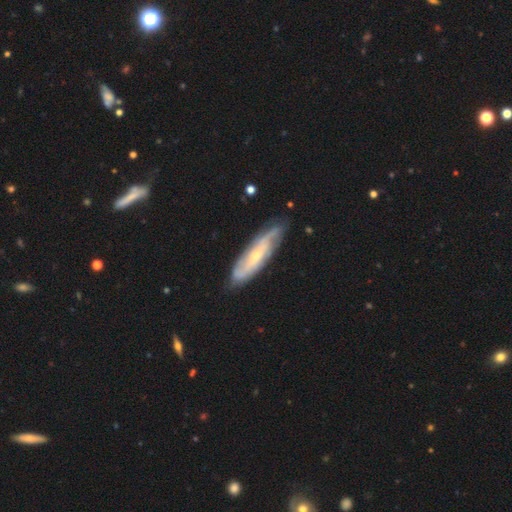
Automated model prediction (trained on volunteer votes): A featured or disk galaxy (72%) with no bar (59%), spiral arms (88%) and a small central bulge (67%). Merging: none (75%).